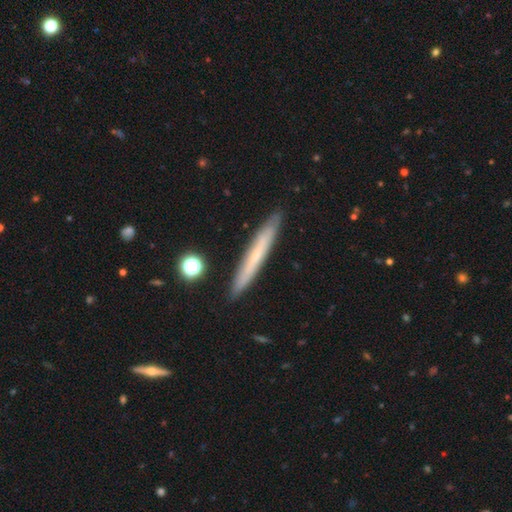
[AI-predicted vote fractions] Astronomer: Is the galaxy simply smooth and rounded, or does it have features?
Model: smooth — 49% (runner-up: featured or disk, 45%).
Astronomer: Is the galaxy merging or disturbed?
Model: none — 90%.